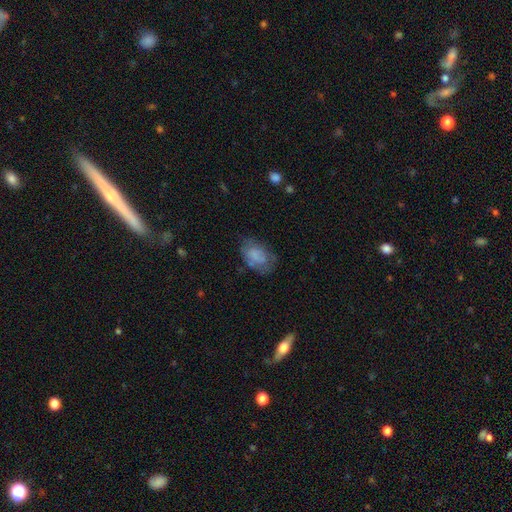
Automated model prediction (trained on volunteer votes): A smooth galaxy with no disk features (66%) that is in between round and cigar-shaped (86%). Merging: none (56%).